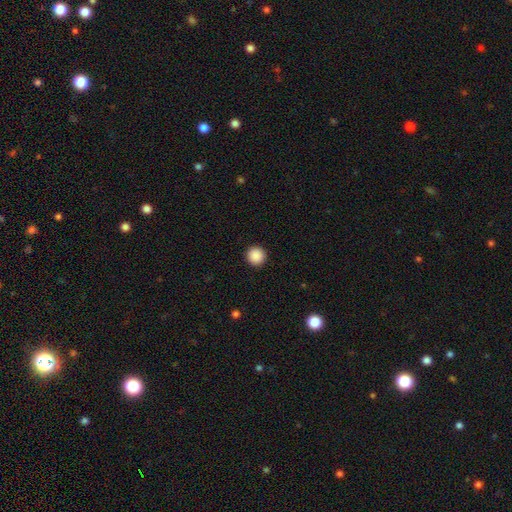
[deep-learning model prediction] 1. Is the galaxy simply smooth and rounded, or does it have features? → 89% smooth, 9% star or artifact, 2% featured or disk.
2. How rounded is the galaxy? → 96% round, 3% in between, 1% cigar-shaped.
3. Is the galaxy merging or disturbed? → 93% none, 4% minor disturbance, 2% major disturbance, 1% merger.